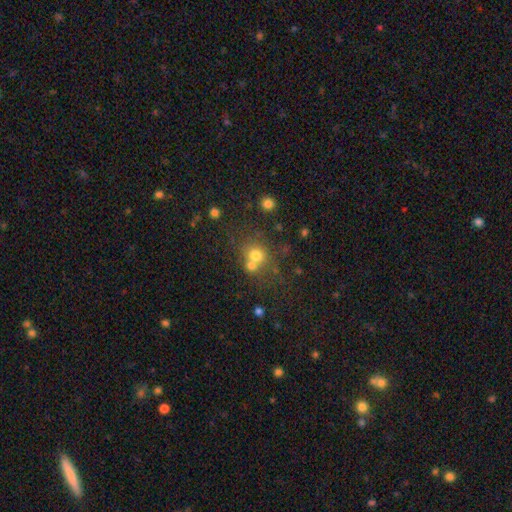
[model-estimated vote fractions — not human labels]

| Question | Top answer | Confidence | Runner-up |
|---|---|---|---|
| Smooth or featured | smooth | 69% | star or artifact (16%) |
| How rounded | round | 79% | in between (20%) |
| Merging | none | 45% | merger (41%) |